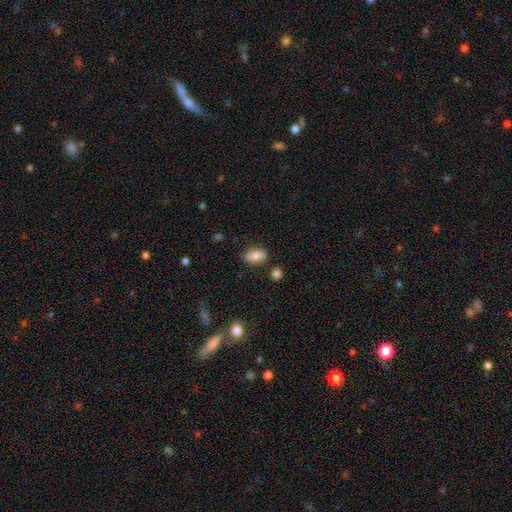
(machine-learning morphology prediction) The model was most divided on "smooth or featured": smooth: 79%, featured or disk: 12%, star or artifact: 8%. More confident: how rounded — in between (87%); merging — none (81%).